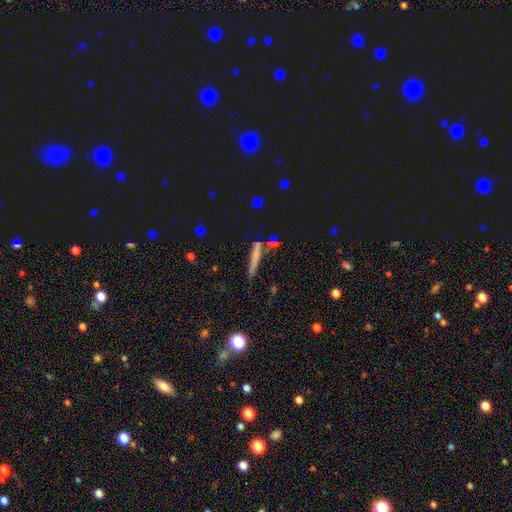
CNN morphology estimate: type=smooth (62%); roundness=cigar-shaped (93%); merging=none (73%).